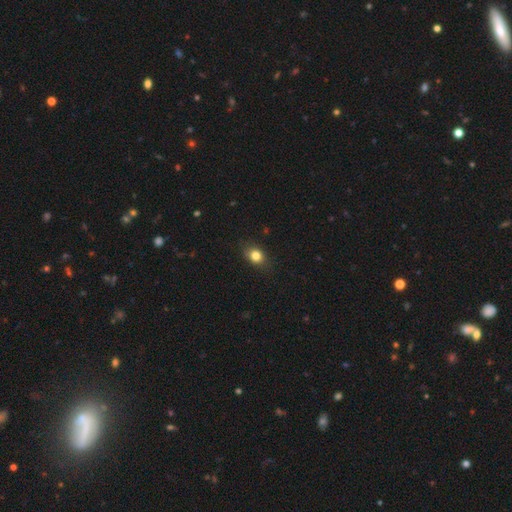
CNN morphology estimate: This is clearly a smooth galaxy (81%). How rounded: possibly in between (53%). Merging: clearly none (82%).